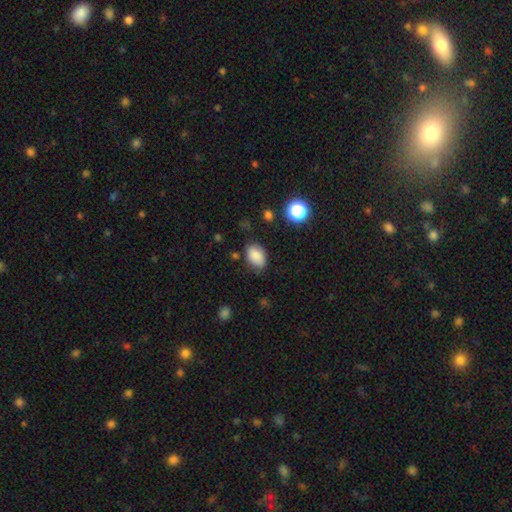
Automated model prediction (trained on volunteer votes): Smooth or featured? Predicted: smooth (p=0.85). How rounded? Predicted: in between (p=0.81). Merging? Predicted: none (p=0.76).